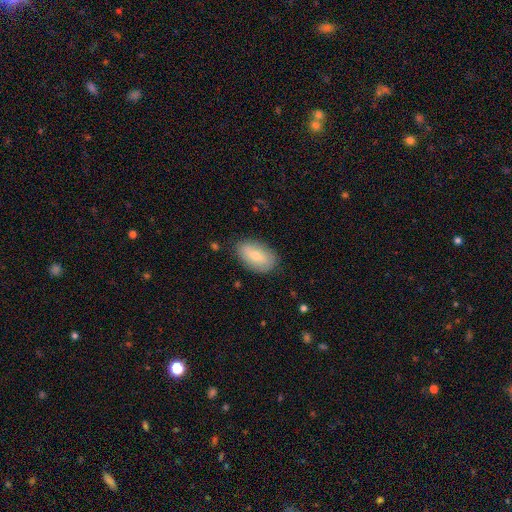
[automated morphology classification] This is likely a smooth galaxy (70%). How rounded: clearly in between (92%). Merging: clearly none (82%).